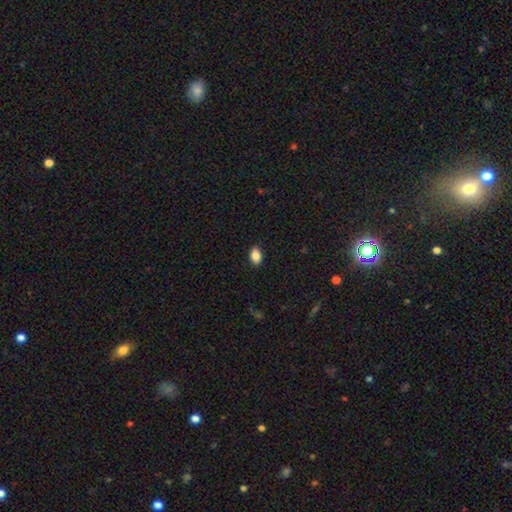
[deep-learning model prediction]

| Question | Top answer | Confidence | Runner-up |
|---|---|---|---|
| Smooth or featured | smooth | 88% | star or artifact (8%) |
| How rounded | in between | 89% | round (9%) |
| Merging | none | 89% | minor disturbance (8%) |